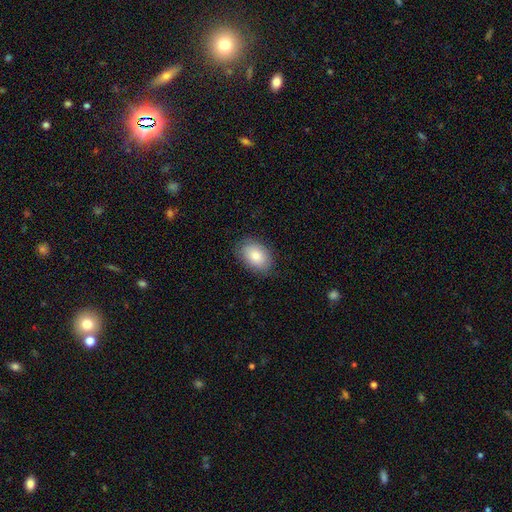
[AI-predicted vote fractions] The model was most divided on "merging": none: 83%, minor disturbance: 13%, major disturbance: 3%, merger: 1%. More confident: how rounded — in between (87%); smooth or featured — smooth (82%).